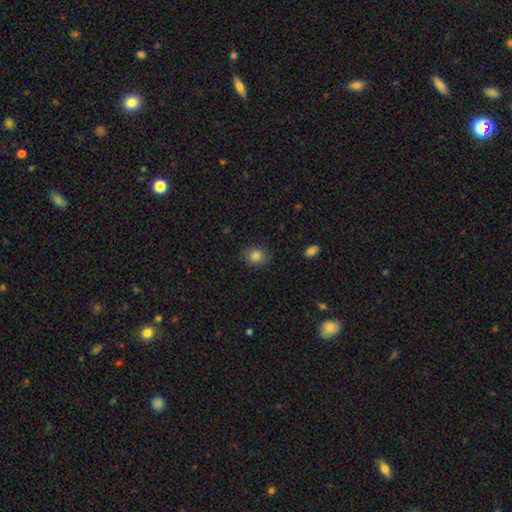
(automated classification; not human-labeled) smooth 85%, star or artifact 10%, featured or disk 5%. Down the decision tree: how rounded — round (61%); merging — none (87%).